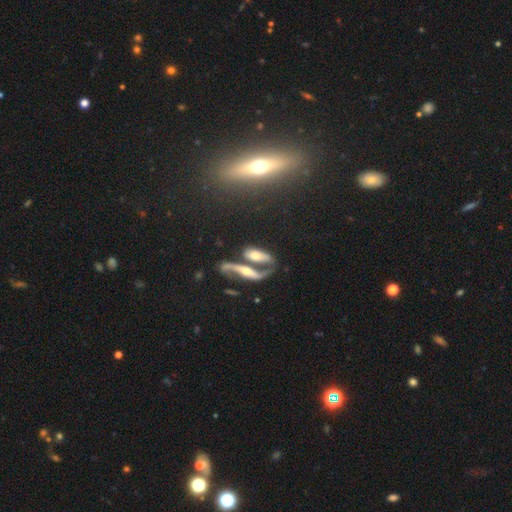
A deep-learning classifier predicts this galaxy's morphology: Overall: featured or disk (56%; smooth 33%). Edge-on disk: no (67%; yes 33%). Merging: merger (46%; none 32%).